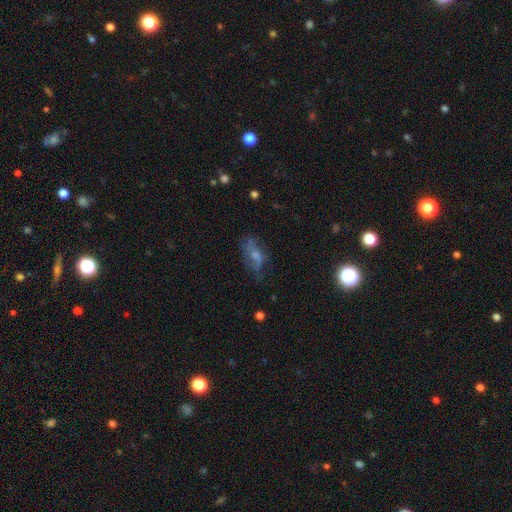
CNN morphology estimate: A smooth galaxy with no disk features (49%).

Vote fractions:
- Smooth or featured? smooth: 49% / featured or disk: 38% / star or artifact: 13%
- Merging? none: 47% / minor disturbance: 27% / major disturbance: 23% / merger: 3%